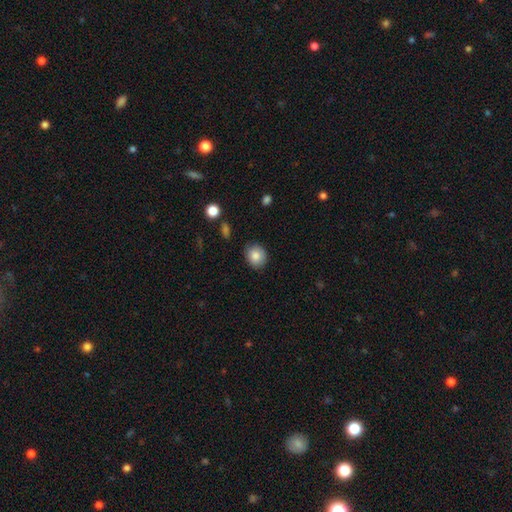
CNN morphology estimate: A smooth galaxy with no disk features (85%) that is round (64%). Merging: none (84%).